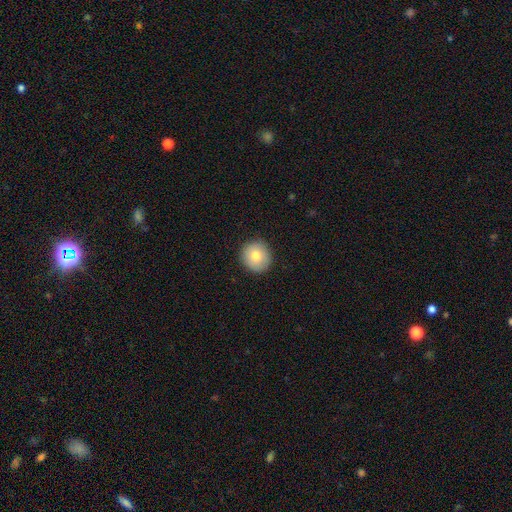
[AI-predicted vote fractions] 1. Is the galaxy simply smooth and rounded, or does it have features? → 79% smooth, 13% featured or disk, 8% star or artifact.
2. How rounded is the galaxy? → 92% round, 7% in between, 1% cigar-shaped.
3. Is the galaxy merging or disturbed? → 90% none, 7% minor disturbance, 2% major disturbance, 1% merger.